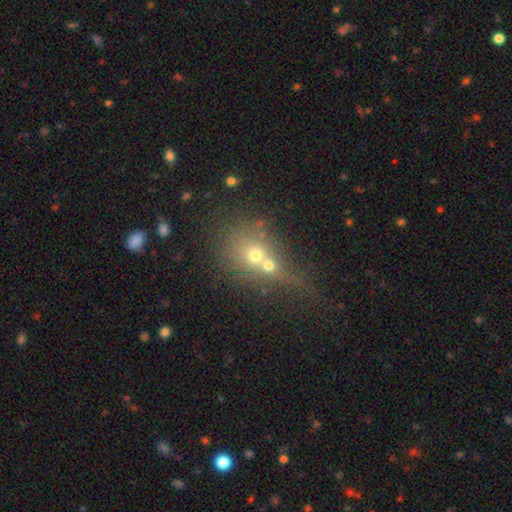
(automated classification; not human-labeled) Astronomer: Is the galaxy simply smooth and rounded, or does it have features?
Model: smooth — 57%.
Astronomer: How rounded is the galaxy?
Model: round — 67%.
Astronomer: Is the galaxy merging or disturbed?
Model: merger — 64%.